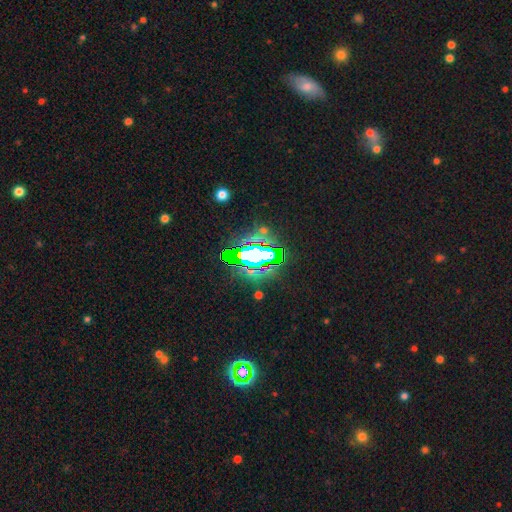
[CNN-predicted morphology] smooth_or_featured: star or artifact (p=0.67) [alt: smooth p=0.18]